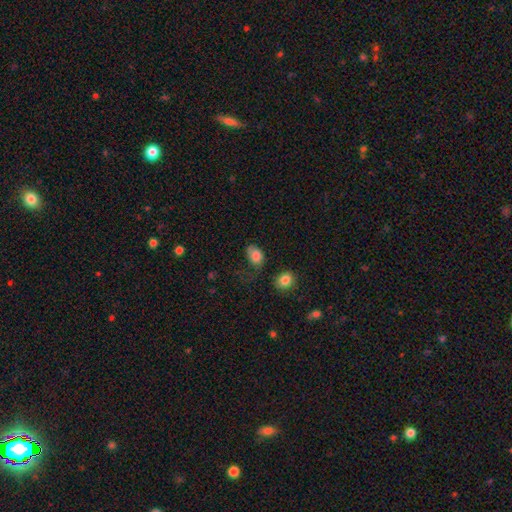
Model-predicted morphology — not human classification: Overall: smooth (82%). How rounded: in between (77%). Merging: none (42%; minor disturbance 31%).